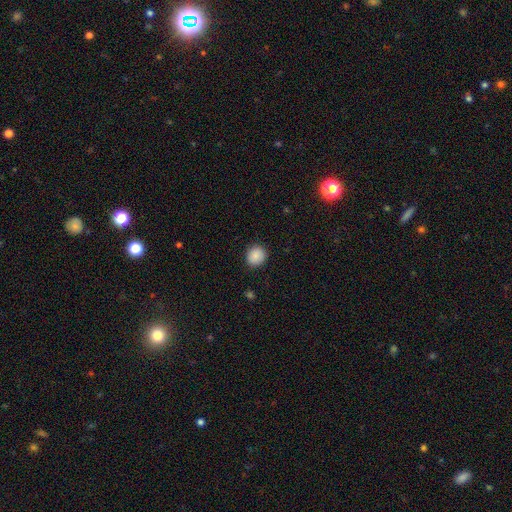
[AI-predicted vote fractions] A smooth galaxy with no disk features (88%) that is round (80%). Merging: none (89%).